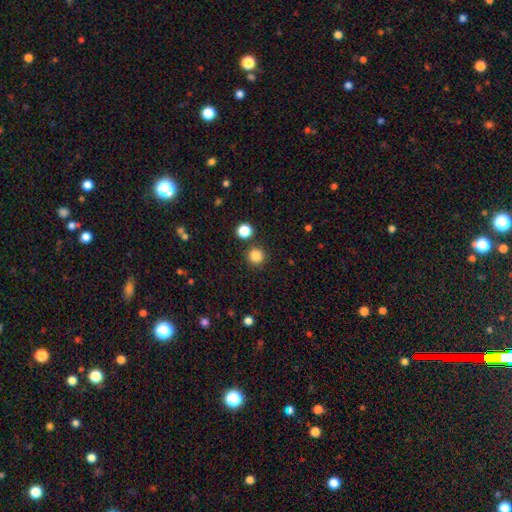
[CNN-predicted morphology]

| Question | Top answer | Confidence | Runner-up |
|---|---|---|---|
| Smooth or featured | smooth | 84% | star or artifact (12%) |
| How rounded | round | 94% | in between (5%) |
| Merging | none | 88% | minor disturbance (6%) |